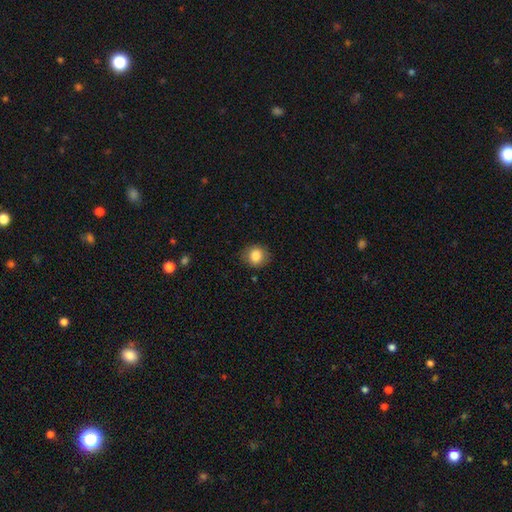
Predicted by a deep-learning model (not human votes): Smooth or featured?
  - smooth: 85% *
  - star or artifact: 9%
  - featured or disk: 6%
How rounded?
  - round: 77% *
  - in between: 22%
  - cigar-shaped: 1%
Merging?
  - none: 83% *
  - minor disturbance: 13%
  - major disturbance: 3%
  - merger: 1%